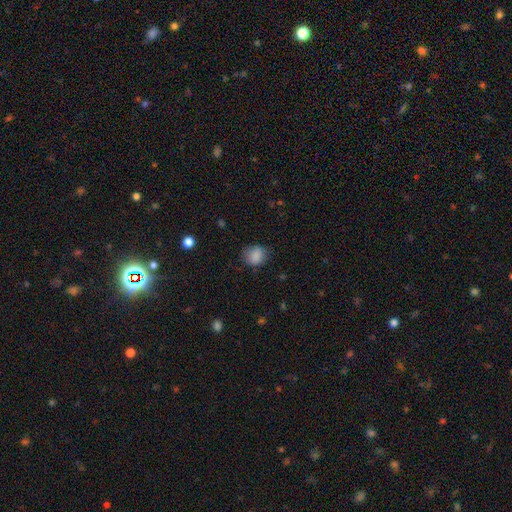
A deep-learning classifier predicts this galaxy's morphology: Smooth or featured? smooth (85%)
How rounded? round (55%)
Merging? none (72%)